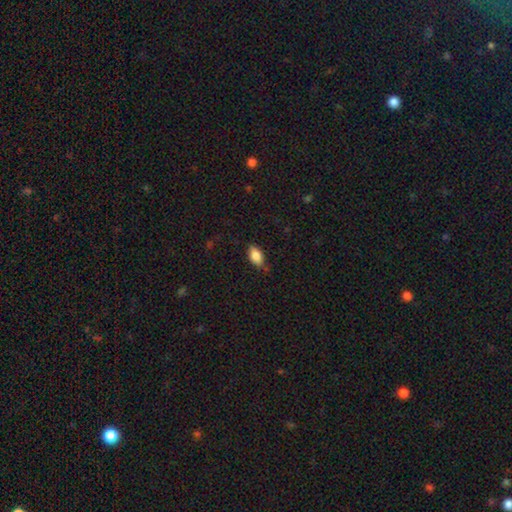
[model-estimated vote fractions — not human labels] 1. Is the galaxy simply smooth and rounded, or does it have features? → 85% smooth, 7% featured or disk, 7% star or artifact.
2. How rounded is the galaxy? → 91% in between, 5% round, 3% cigar-shaped.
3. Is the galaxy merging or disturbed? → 77% none, 18% minor disturbance, 3% major disturbance, 2% merger.